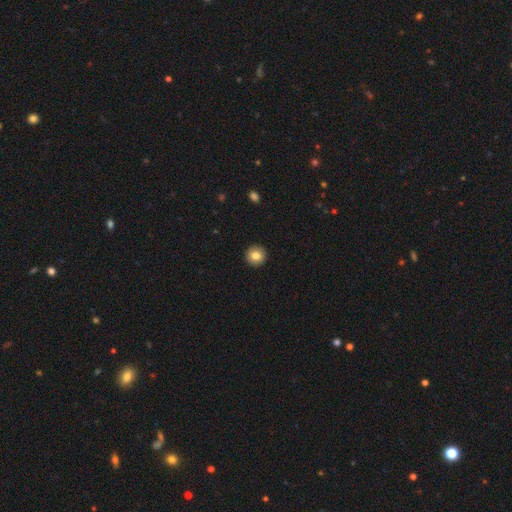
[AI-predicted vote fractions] smooth_or_featured: smooth (p=0.84) [alt: star or artifact p=0.09]
how_rounded: round (p=0.94) [alt: in between p=0.05]
merging: none (p=0.93) [alt: minor disturbance p=0.05]